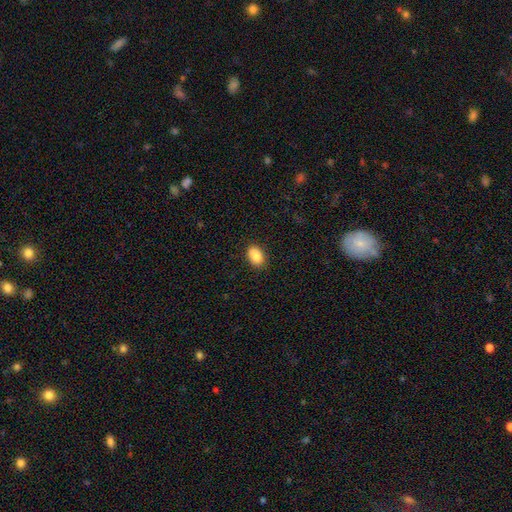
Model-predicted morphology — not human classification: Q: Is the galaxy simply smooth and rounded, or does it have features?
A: smooth — 86%.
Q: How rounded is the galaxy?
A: in between — 88%.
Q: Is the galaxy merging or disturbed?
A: none — 81%.